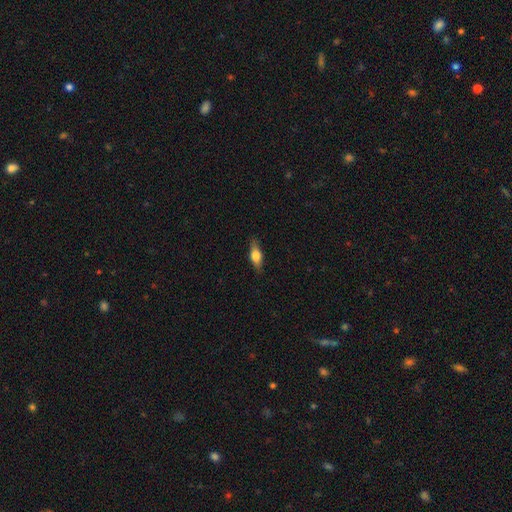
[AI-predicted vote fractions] Smooth or featured? smooth (57%)
How rounded? in between (62%)
Merging? none (84%)